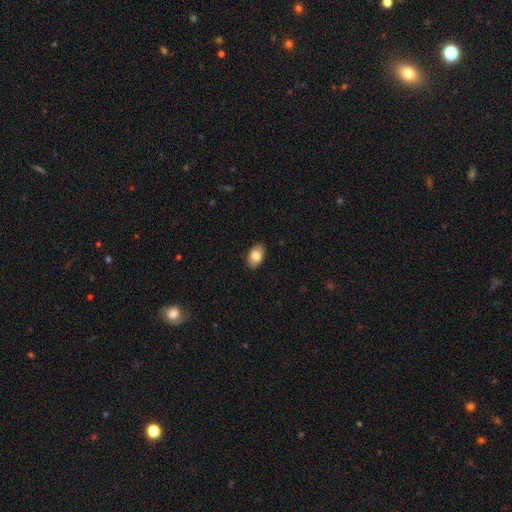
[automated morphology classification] This is clearly a smooth galaxy (82%). How rounded: clearly in between (89%). Merging: clearly none (89%).